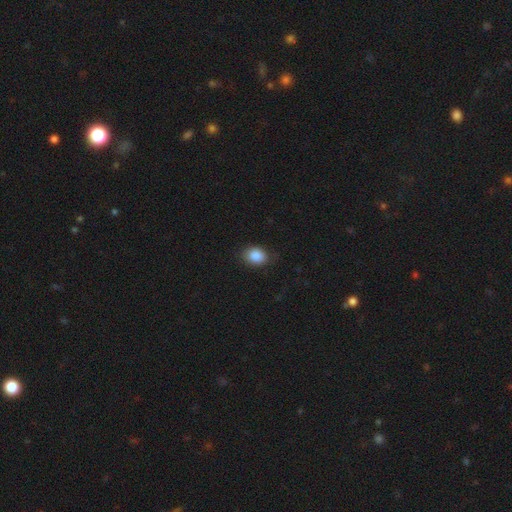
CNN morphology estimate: This appears to be a smooth galaxy with no disk features (87%) that is in between round and cigar-shaped (61%). Merging: none (81%).